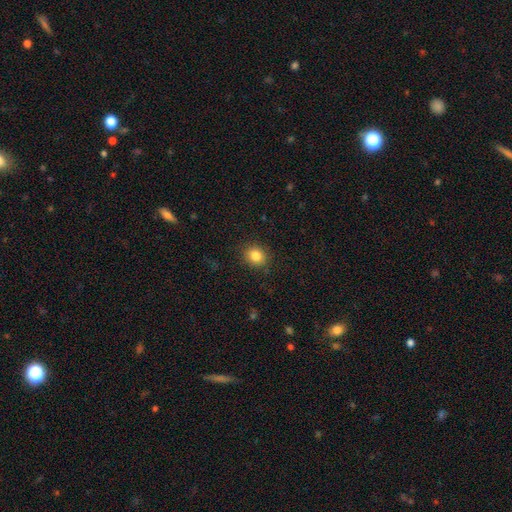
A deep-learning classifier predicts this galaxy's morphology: Smooth or featured? Predicted: smooth (p=0.84). How rounded? Predicted: round (p=0.71). Merging? Predicted: none (p=0.88).